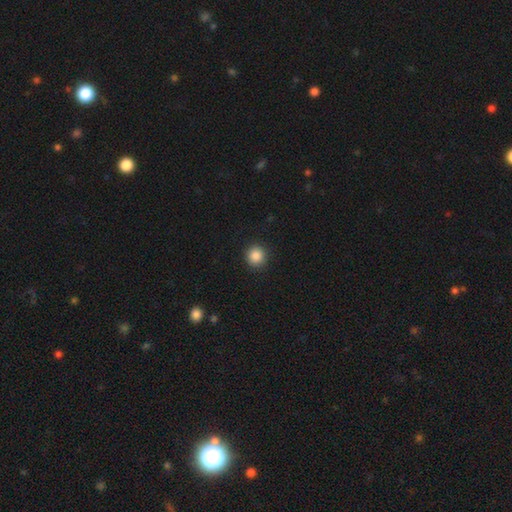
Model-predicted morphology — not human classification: smooth 87%, star or artifact 10%, featured or disk 3%. Down the decision tree: how rounded — round (93%); merging — none (91%).